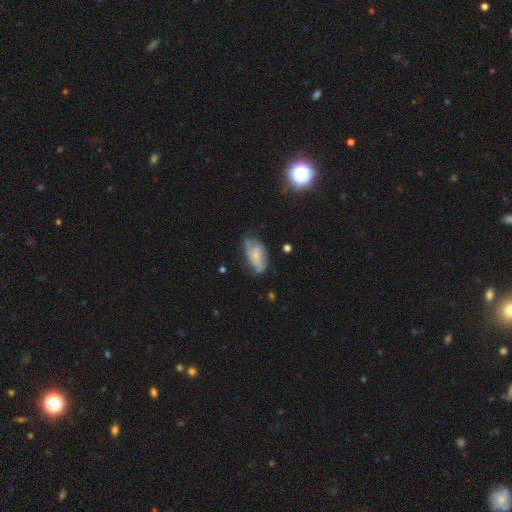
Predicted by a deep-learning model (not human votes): Smooth or featured? Predicted: smooth (p=0.46, tied with featured or disk). Merging? Predicted: none (p=0.43).